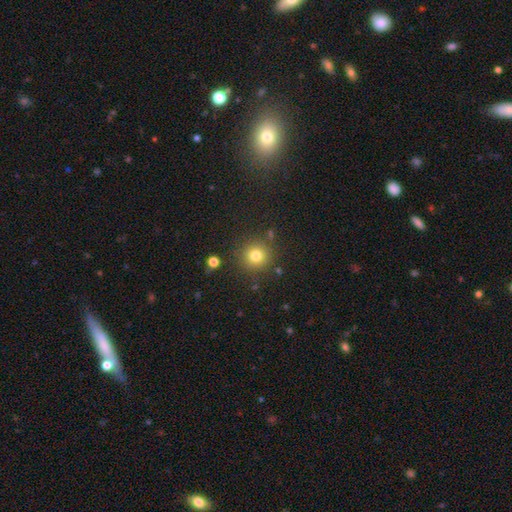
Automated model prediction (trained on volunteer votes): smooth_or_featured: smooth (p=0.79) [alt: star or artifact p=0.14]
how_rounded: round (p=0.94) [alt: in between p=0.05]
merging: none (p=0.87) [alt: minor disturbance p=0.07]